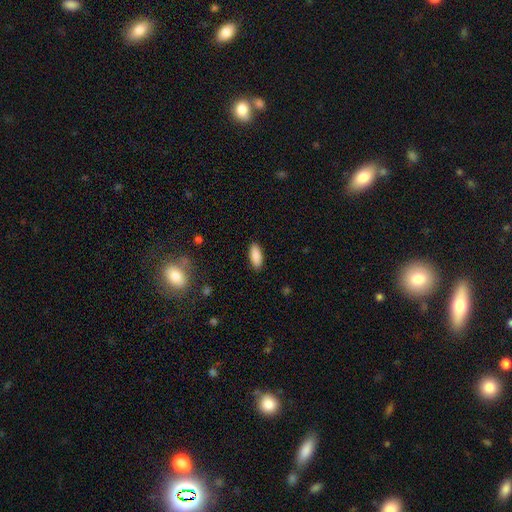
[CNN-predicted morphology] Overall: smooth (89%). How rounded: in between (78%). Merging: none (89%).